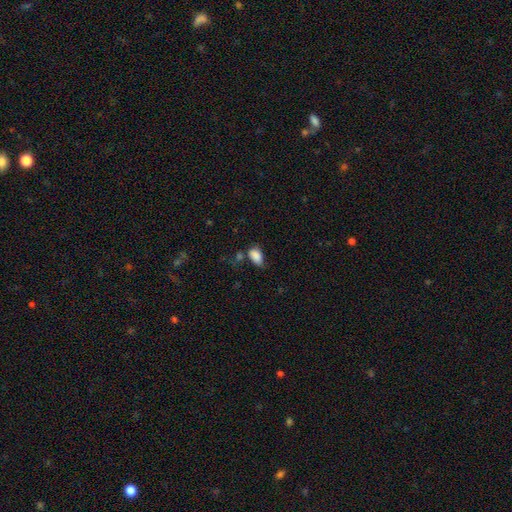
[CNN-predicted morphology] A smooth galaxy with no disk features (86%) that is in between round and cigar-shaped (91%). Merging: none (51%).